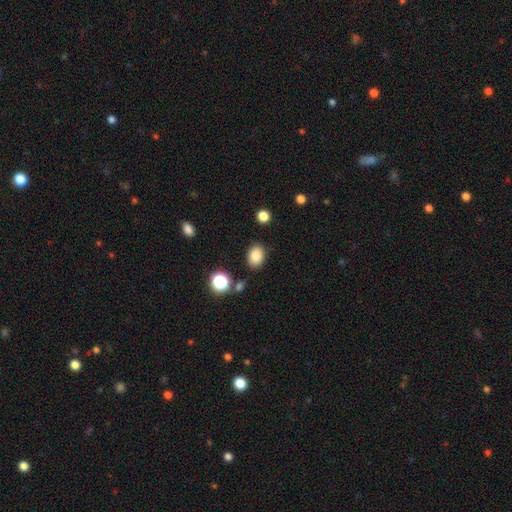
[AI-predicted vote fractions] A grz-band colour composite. It shows a smooth galaxy with no disk features (85%) that is in between round and cigar-shaped (71%). Merging: none (83%).